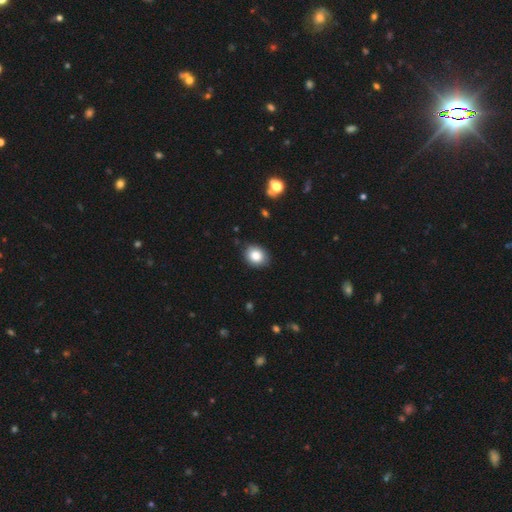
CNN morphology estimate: smooth 84%, star or artifact 9%, featured or disk 7%. Down the decision tree: how rounded — round (55%); merging — none (85%).